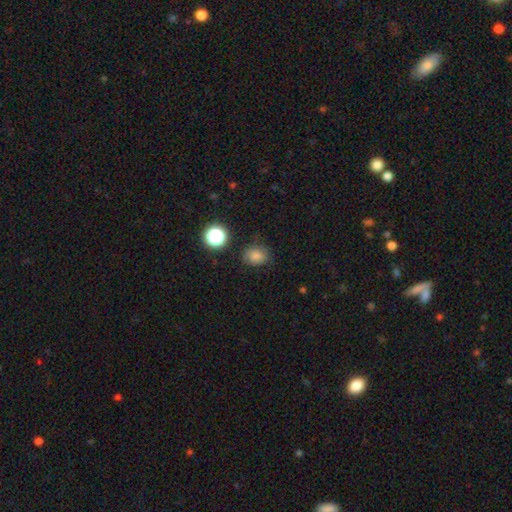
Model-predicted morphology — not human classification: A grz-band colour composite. It shows a smooth galaxy with no disk features (79%) that is round (52%). Merging: none (76%).